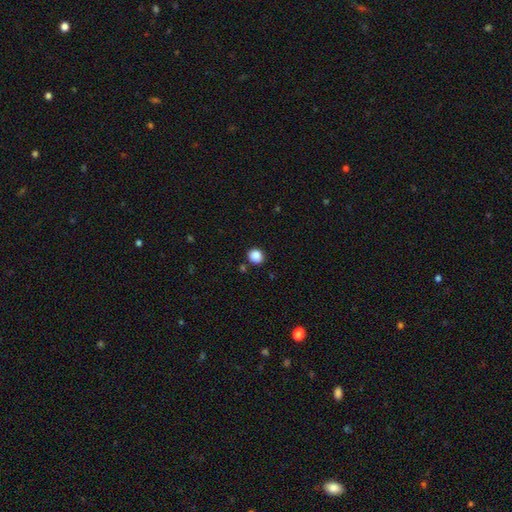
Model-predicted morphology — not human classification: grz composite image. It shows a smooth galaxy with no disk features (87%) that is round (82%). Merging: none (87%).